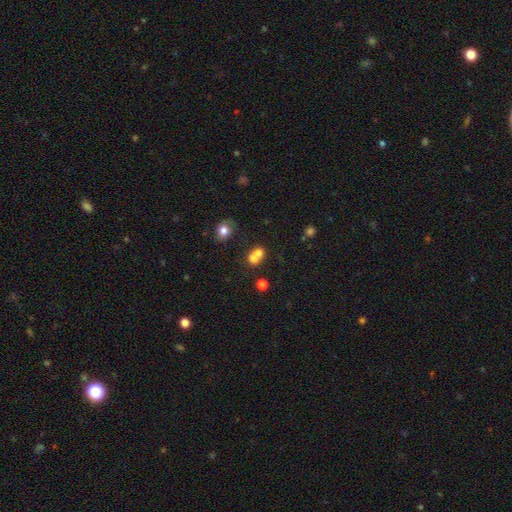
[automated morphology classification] Smooth or featured? Predicted: smooth (p=0.70). How rounded? Predicted: round (p=0.69). Merging? Predicted: merger (p=0.60).